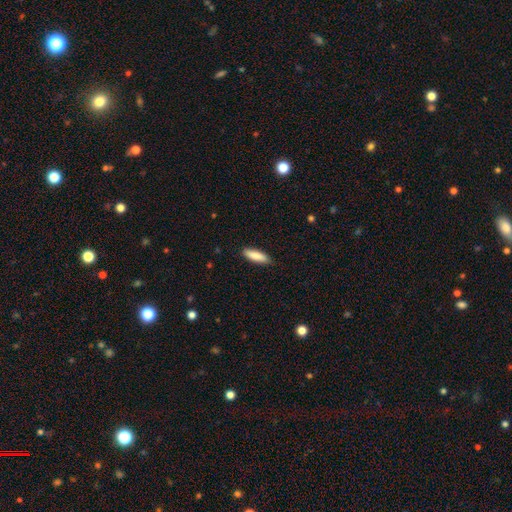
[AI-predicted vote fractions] Smooth or featured? Predicted: smooth (p=0.87). How rounded? Predicted: cigar-shaped (p=0.52). Merging? Predicted: none (p=0.86).